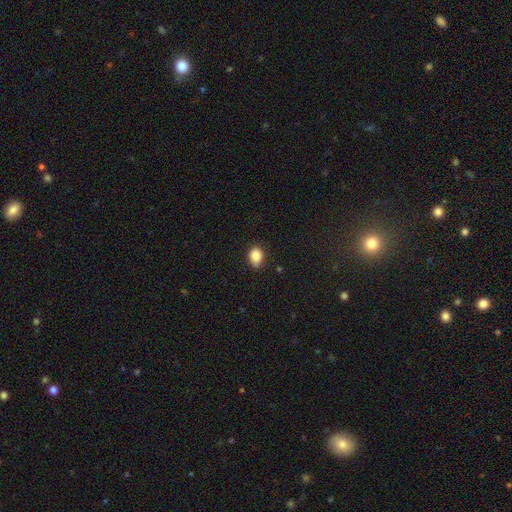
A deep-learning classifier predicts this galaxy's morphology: A smooth galaxy with no disk features (86%) that is in between round and cigar-shaped (62%).

Vote fractions:
- Smooth or featured? smooth: 86% / star or artifact: 9% / featured or disk: 5%
- How rounded? in between: 62% / round: 37% / cigar-shaped: 1%
- Merging? none: 71% / minor disturbance: 24% / major disturbance: 3% / merger: 1%